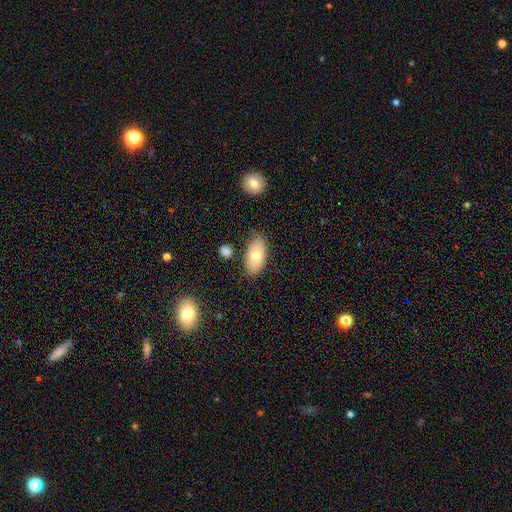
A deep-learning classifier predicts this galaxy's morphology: A smooth galaxy with no disk features (76%) that is in between round and cigar-shaped (93%). Merging: none (76%).